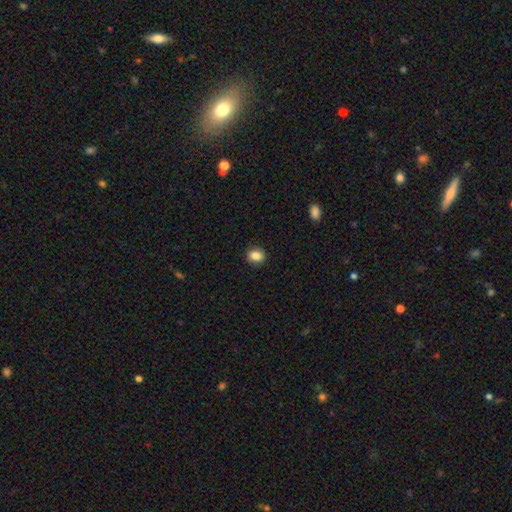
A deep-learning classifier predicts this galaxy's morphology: Overall: smooth (86%). How rounded: round (55%; in between 44%). Merging: none (90%).